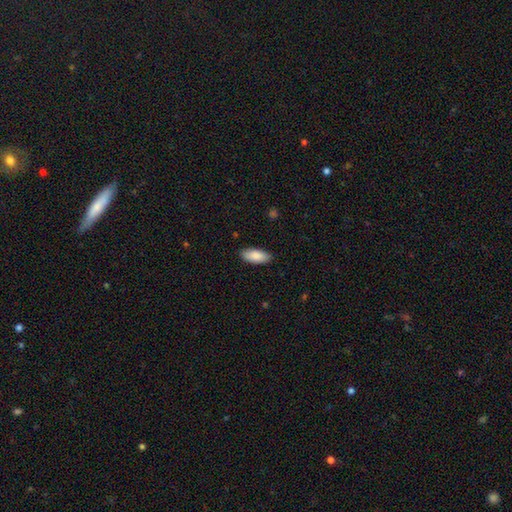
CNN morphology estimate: Smooth or featured? smooth (87%)
How rounded? in between (85%)
Merging? none (88%)